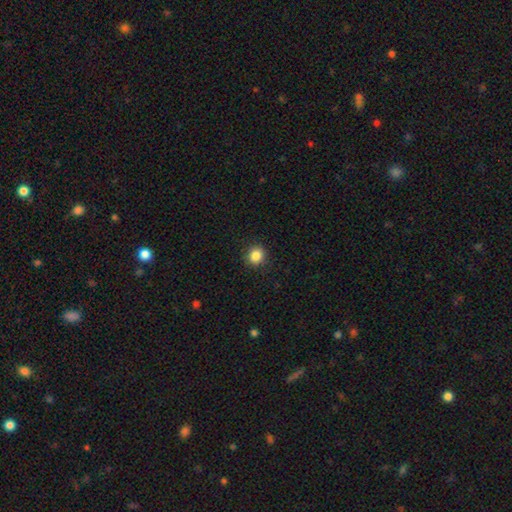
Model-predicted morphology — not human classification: Smooth or featured: smooth — 86% (star or artifact — 11%)
How rounded: round — 87% (in between — 12%)
Merging: none — 90% (minor disturbance — 7%)